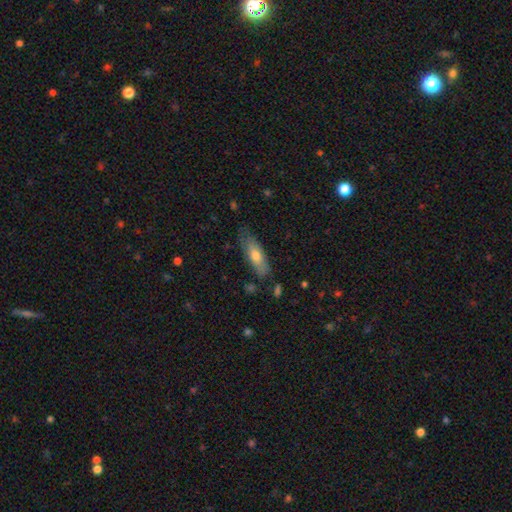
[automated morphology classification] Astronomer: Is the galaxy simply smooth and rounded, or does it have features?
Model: smooth — 66%.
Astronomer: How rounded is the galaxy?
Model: in between — 60% (runner-up: cigar-shaped, 37%).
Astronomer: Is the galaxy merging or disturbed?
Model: none — 71%.